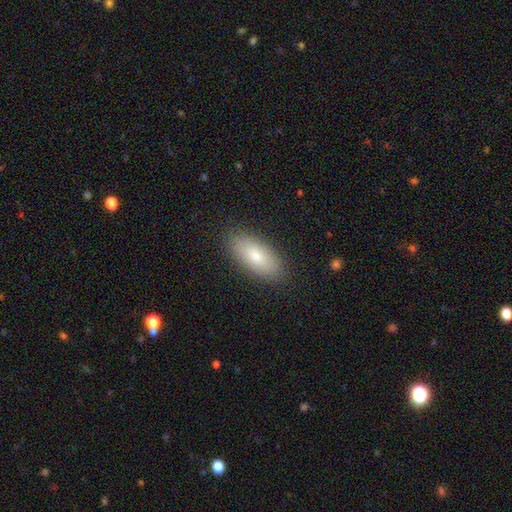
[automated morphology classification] Smooth or featured?
  - smooth: 78% *
  - featured or disk: 15%
  - star or artifact: 7%
How rounded?
  - in between: 84% *
  - cigar-shaped: 13%
  - round: 3%
Merging?
  - none: 87% *
  - minor disturbance: 9%
  - major disturbance: 2%
  - merger: 1%